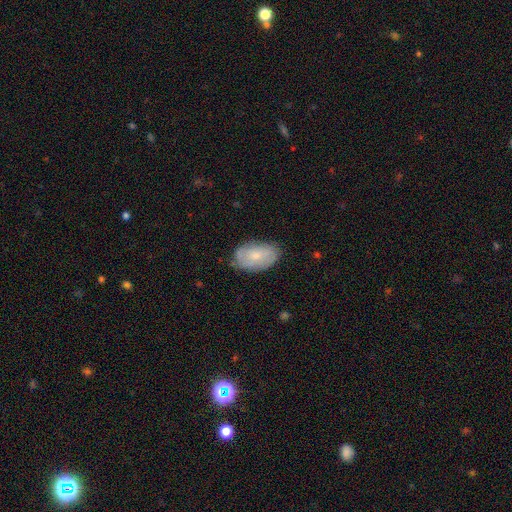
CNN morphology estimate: Q: Smooth or featured?
A: smooth (57%); runner-up: featured or disk (36%)
Q: How rounded?
A: in between (92%); runner-up: round (6%)
Q: Merging?
A: none (72%); runner-up: minor disturbance (22%)